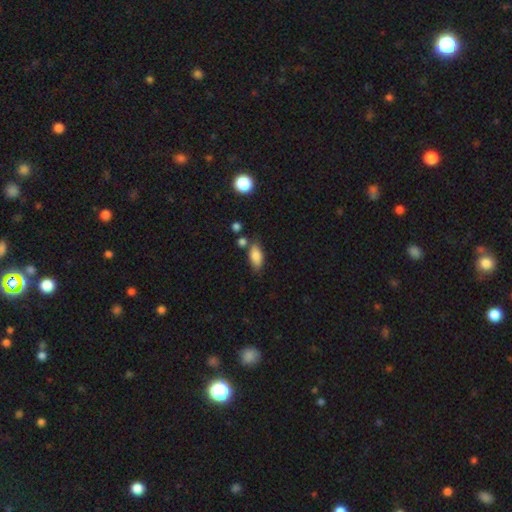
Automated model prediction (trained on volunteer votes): Smooth or featured?
  - smooth: 83% *
  - featured or disk: 10%
  - star or artifact: 8%
How rounded?
  - in between: 86% *
  - cigar-shaped: 10%
  - round: 4%
Merging?
  - none: 69% *
  - minor disturbance: 18%
  - merger: 9%
  - major disturbance: 4%